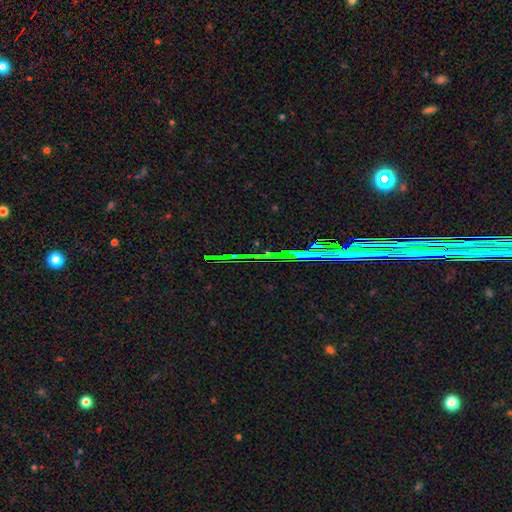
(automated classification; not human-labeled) Smooth or featured: star or artifact — 82% (featured or disk — 10%)